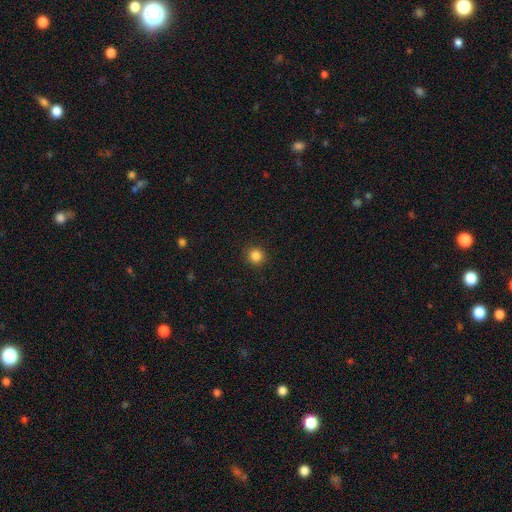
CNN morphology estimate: type=smooth (85%); roundness=round (94%); merging=none (92%).